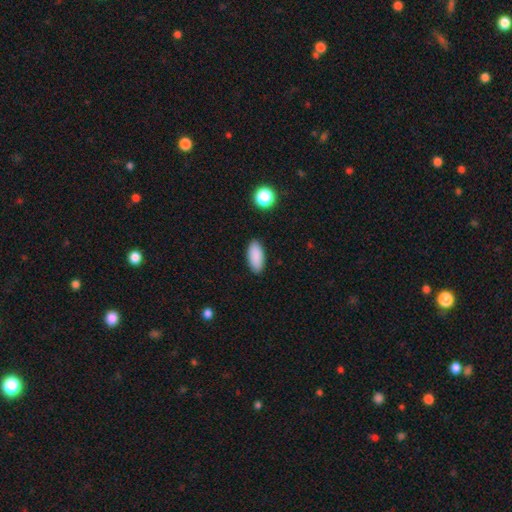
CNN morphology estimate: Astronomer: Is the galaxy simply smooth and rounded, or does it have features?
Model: smooth — 90%.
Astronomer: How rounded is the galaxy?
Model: in between — 88%.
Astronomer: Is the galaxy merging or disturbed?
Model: none — 89%.